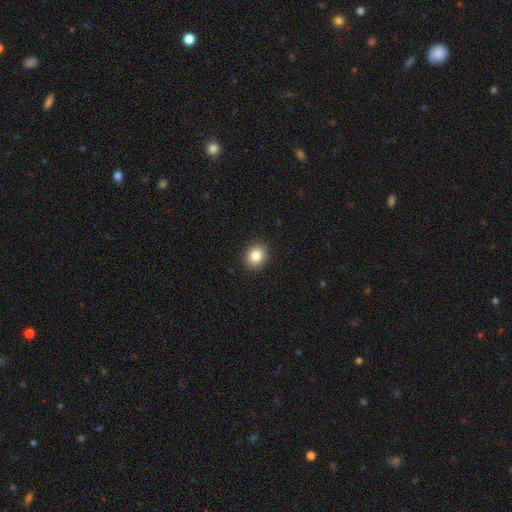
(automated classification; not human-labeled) Overall: smooth (83%). How rounded: round (77%). Merging: none (92%).